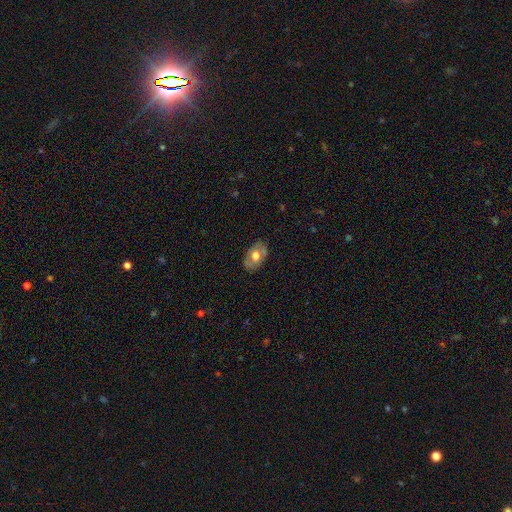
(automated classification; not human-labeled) Morphology: type=smooth (53%); roundness=in between (86%); merging=none (78%).